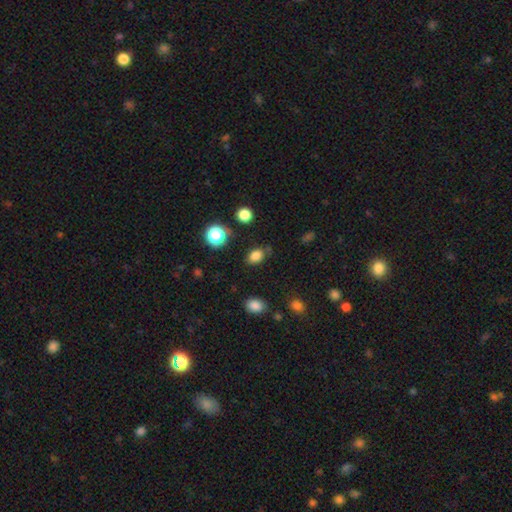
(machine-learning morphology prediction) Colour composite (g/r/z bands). It shows a smooth galaxy with no disk features (83%) that is in between round and cigar-shaped (76%). Merging: none (78%).